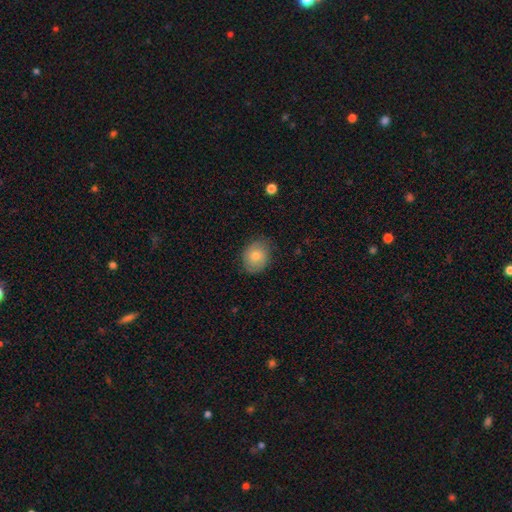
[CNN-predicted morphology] This is likely a smooth galaxy (73%). How rounded: possibly round (59%). Merging: likely none (79%).